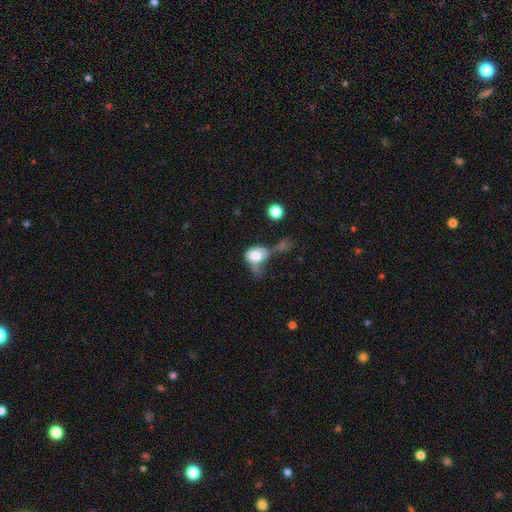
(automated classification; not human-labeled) The model was most divided on "how rounded": in between: 58%, round: 40%, cigar-shaped: 2%. Remaining: smooth or featured — smooth (66%); merging — major disturbance (44%).